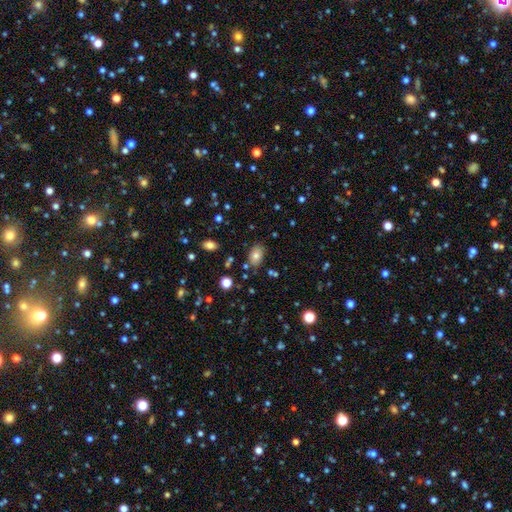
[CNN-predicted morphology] Q: Smooth or featured?
A: smooth (76%); runner-up: featured or disk (12%)
Q: How rounded?
A: in between (83%); runner-up: round (16%)
Q: Merging?
A: none (79%); runner-up: minor disturbance (14%)